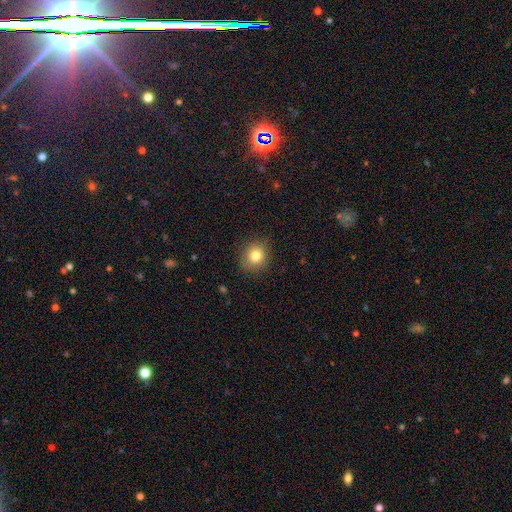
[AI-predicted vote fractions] Smooth or featured?
  - smooth: 81% *
  - star or artifact: 11%
  - featured or disk: 8%
How rounded?
  - round: 80% *
  - in between: 19%
  - cigar-shaped: 1%
Merging?
  - none: 87% *
  - minor disturbance: 9%
  - major disturbance: 3%
  - merger: 1%